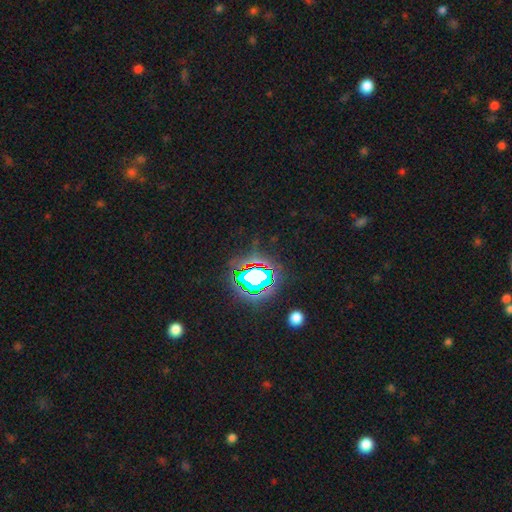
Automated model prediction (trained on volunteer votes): Smooth or featured?
  - star or artifact: 81% *
  - smooth: 12%
  - featured or disk: 7%